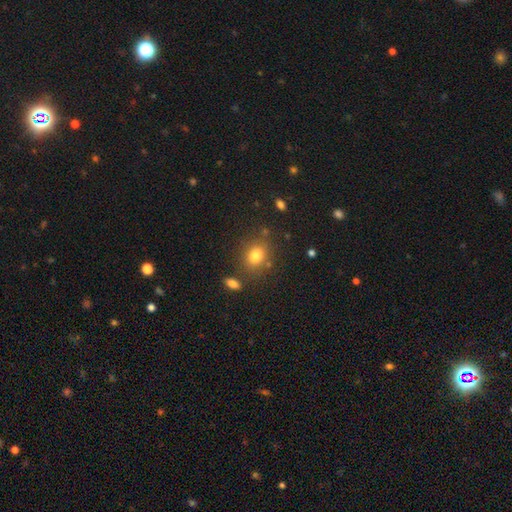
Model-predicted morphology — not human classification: smooth-or-featured: smooth: 79% | star or artifact: 12% | featured or disk: 8%
  how-rounded: round: 52% | in between: 47% | cigar-shaped: 1%
  merging: none: 76% | minor disturbance: 12% | merger: 7% | major disturbance: 4%